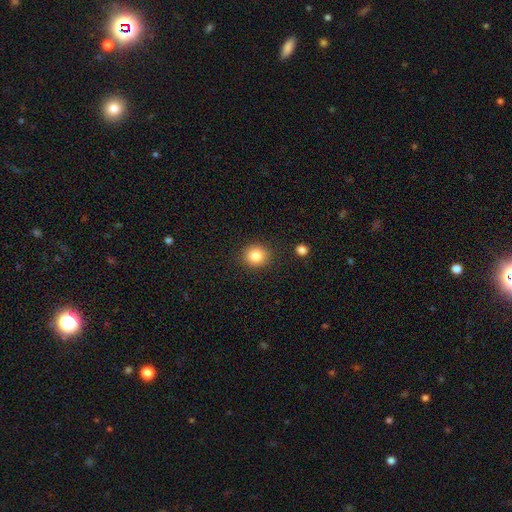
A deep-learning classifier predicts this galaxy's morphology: A smooth galaxy with no disk features (84%) that is round (86%).

Vote fractions:
- Smooth or featured? smooth: 84% / star or artifact: 10% / featured or disk: 6%
- How rounded? round: 86% / in between: 14% / cigar-shaped: 1%
- Merging? none: 88% / minor disturbance: 8% / major disturbance: 3% / merger: 2%